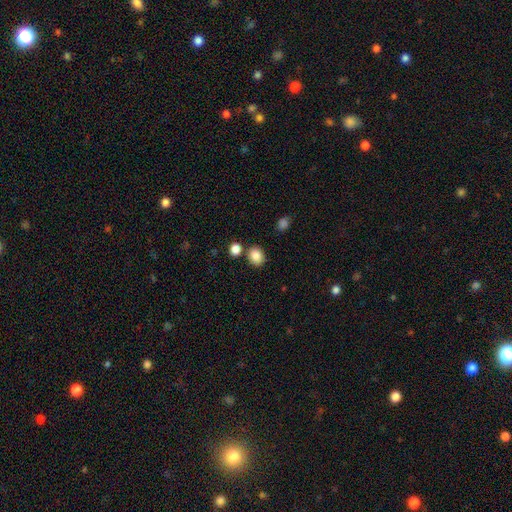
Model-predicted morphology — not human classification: Smooth or featured? Predicted: smooth (p=0.86). How rounded? Predicted: round (p=0.58). Merging? Predicted: none (p=0.79).